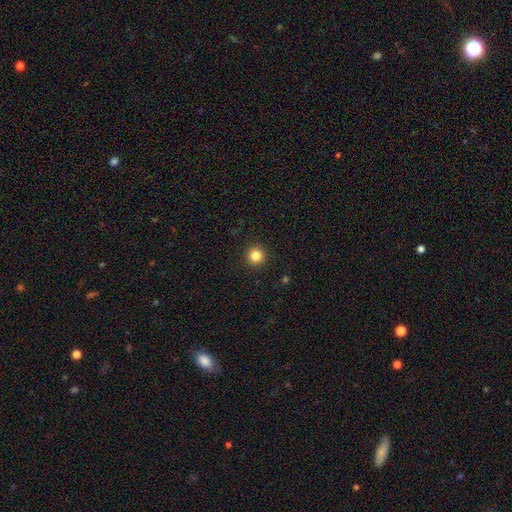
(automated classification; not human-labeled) Q: Smooth or featured?
A: smooth (84%); runner-up: star or artifact (12%)
Q: How rounded?
A: round (96%); runner-up: in between (3%)
Q: Merging?
A: none (93%); runner-up: minor disturbance (4%)